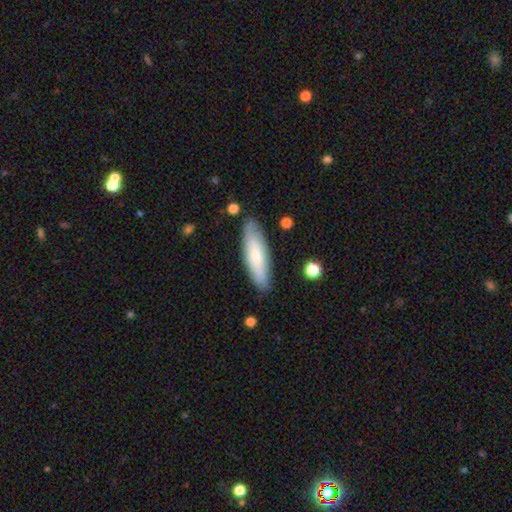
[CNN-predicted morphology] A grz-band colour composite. It shows a smooth galaxy with no disk features (60%) that is cigar-shaped (59%). Merging: none (82%).